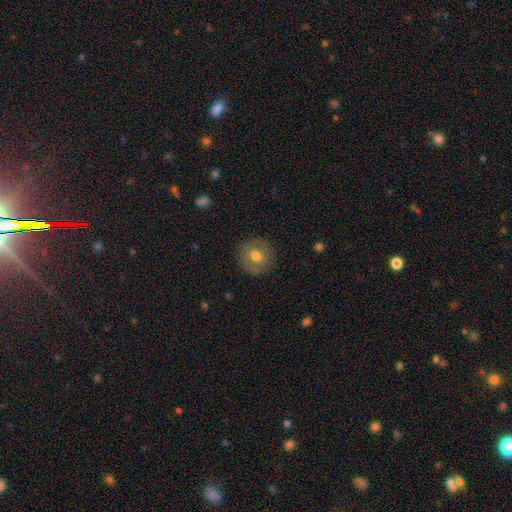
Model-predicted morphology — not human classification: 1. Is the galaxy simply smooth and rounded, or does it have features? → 67% smooth, 24% featured or disk, 9% star or artifact.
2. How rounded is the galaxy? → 89% round, 10% in between, 1% cigar-shaped.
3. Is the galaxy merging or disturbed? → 87% none, 9% minor disturbance, 3% major disturbance, 1% merger.